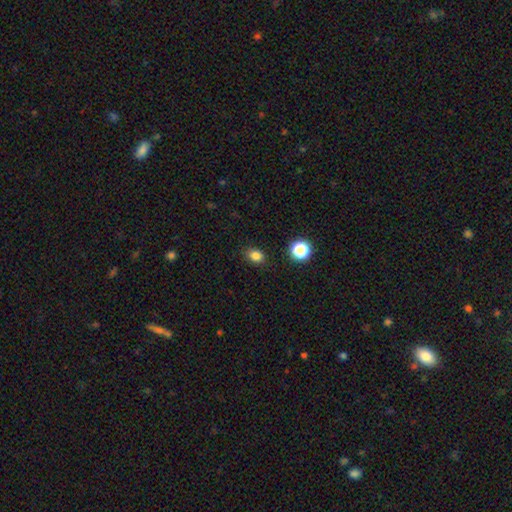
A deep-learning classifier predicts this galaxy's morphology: The model was most divided on "how rounded": in between: 62%, round: 37%, cigar-shaped: 1%. More confident: merging — none (87%); smooth or featured — smooth (82%).